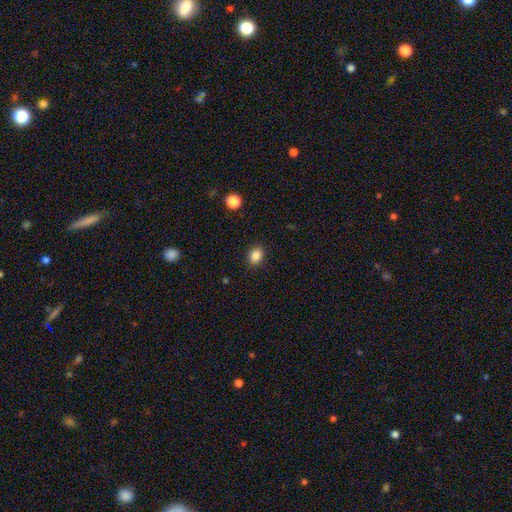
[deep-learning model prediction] The model was most divided on "how rounded": round: 51%, in between: 48%, cigar-shaped: 1%. More confident: merging — none (89%); smooth or featured — smooth (86%).